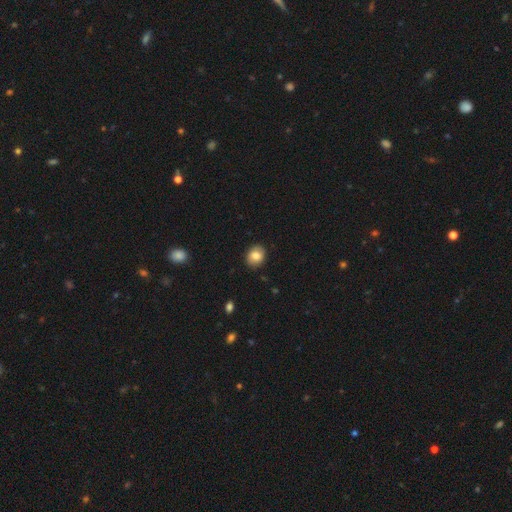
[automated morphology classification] smooth-or-featured: smooth: 82% | featured or disk: 9% | star or artifact: 9%
  how-rounded: round: 60% | in between: 39% | cigar-shaped: 1%
  merging: none: 88% | minor disturbance: 9% | major disturbance: 2% | merger: 1%